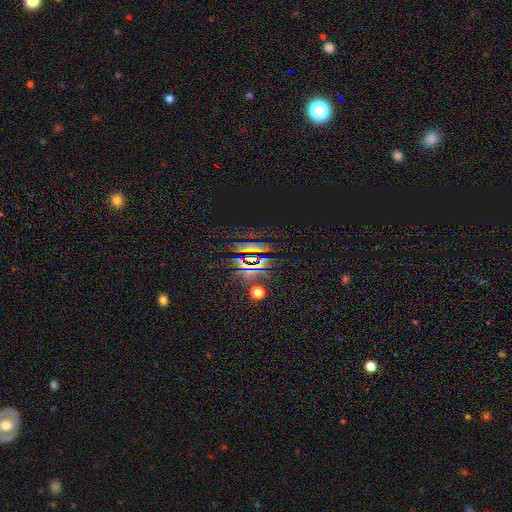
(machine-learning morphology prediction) Overall: star or artifact (78%).